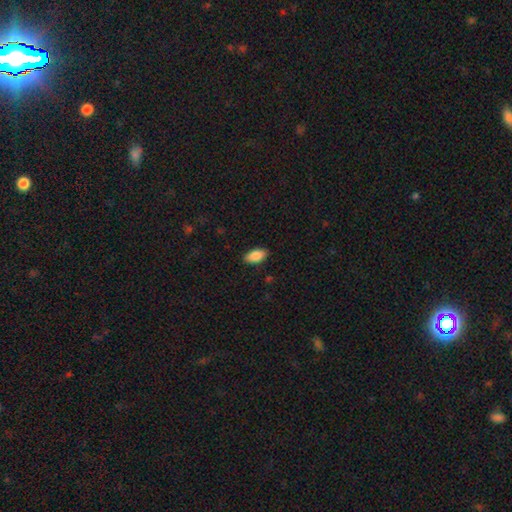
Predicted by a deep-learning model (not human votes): smooth 89%, star or artifact 7%, featured or disk 4%. Down the decision tree: how rounded — in between (93%); merging — none (88%).